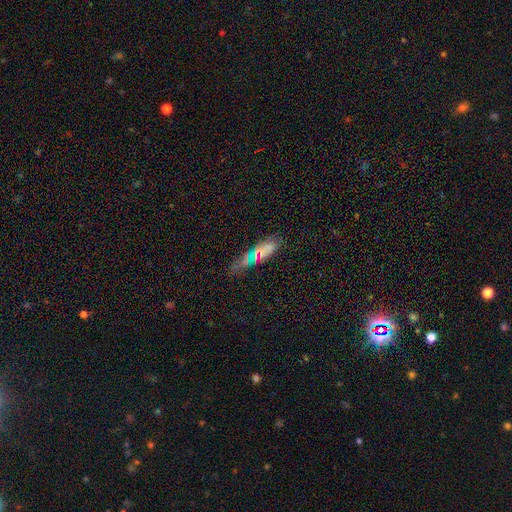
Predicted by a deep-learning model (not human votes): smooth_or_featured: smooth (p=0.51) [alt: star or artifact p=0.28]
how_rounded: cigar-shaped (p=0.57) [alt: in between p=0.36]
merging: none (p=0.73) [alt: minor disturbance p=0.16]